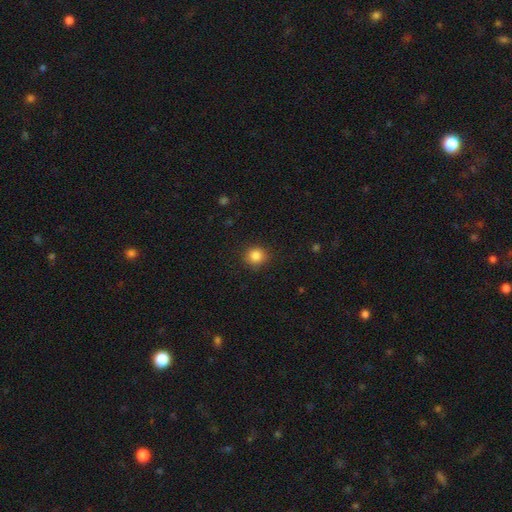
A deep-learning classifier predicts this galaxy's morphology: This is clearly a smooth galaxy (85%). How rounded: clearly round (90%). Merging: clearly none (88%).